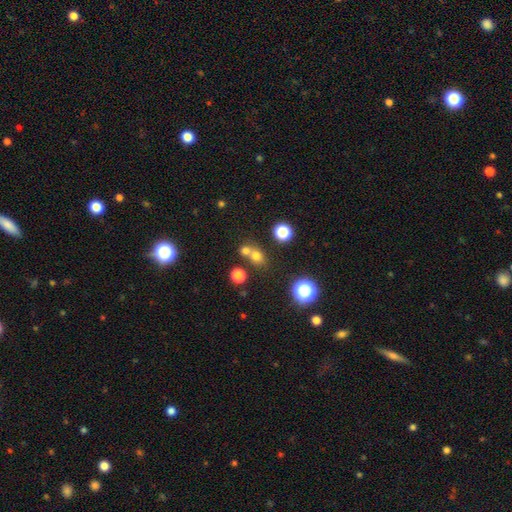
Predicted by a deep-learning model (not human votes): Morphology: type=smooth (69%); roundness=round (73%); merging=none (47%).